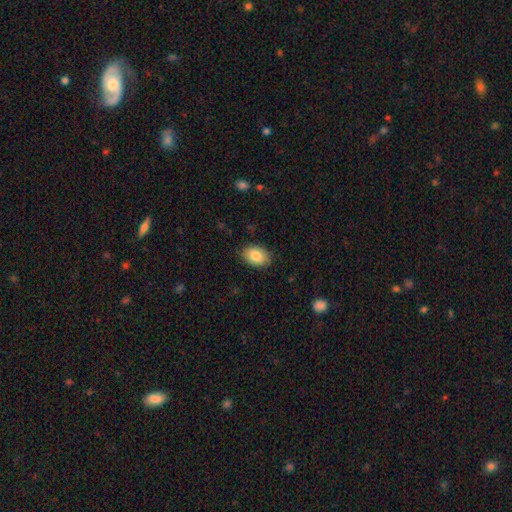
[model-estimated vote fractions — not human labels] A smooth galaxy with no disk features (85%) that is in between round and cigar-shaped (88%).

Vote fractions:
- Smooth or featured? smooth: 85% / featured or disk: 8% / star or artifact: 7%
- How rounded? in between: 88% / round: 11% / cigar-shaped: 1%
- Merging? none: 85% / minor disturbance: 11% / major disturbance: 2% / merger: 1%